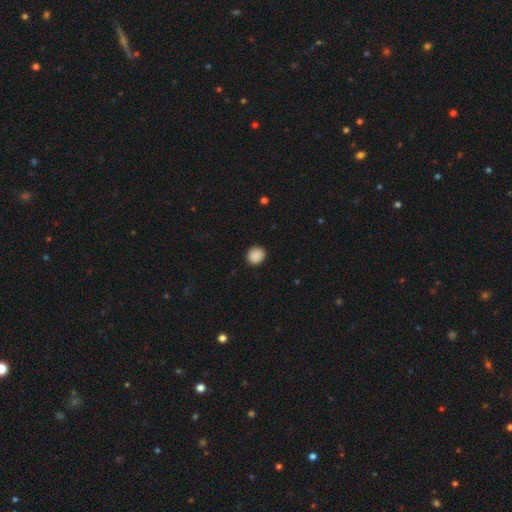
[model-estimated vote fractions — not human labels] smooth 89%, star or artifact 9%, featured or disk 2%. Down the decision tree: how rounded — round (87%); merging — none (92%).